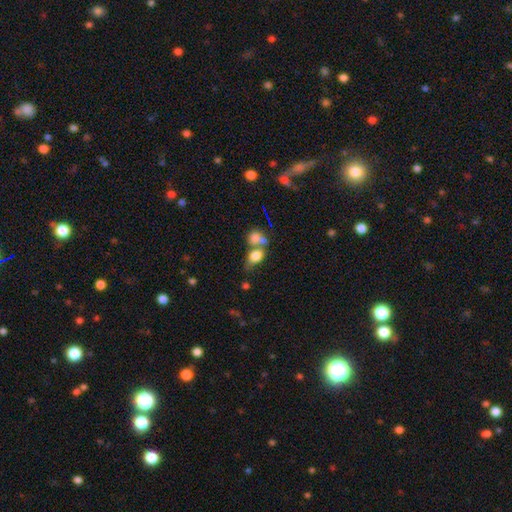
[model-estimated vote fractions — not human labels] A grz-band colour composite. It shows a smooth galaxy with no disk features (75%) that is in between round and cigar-shaped (68%). Merging: merger (52%).